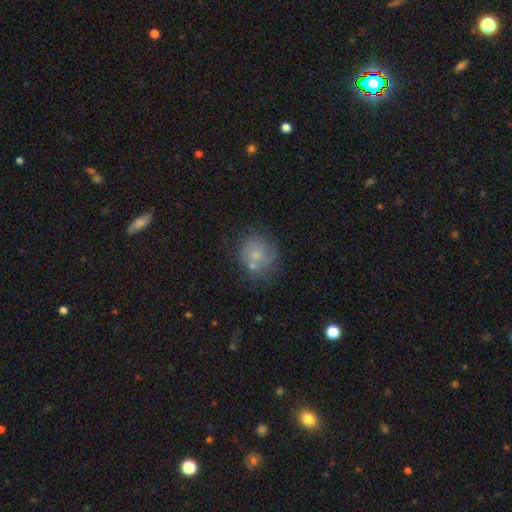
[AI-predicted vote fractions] Smooth or featured: smooth — 63% (featured or disk — 25%)
How rounded: round — 83% (in between — 16%)
Merging: none — 60% (minor disturbance — 19%)